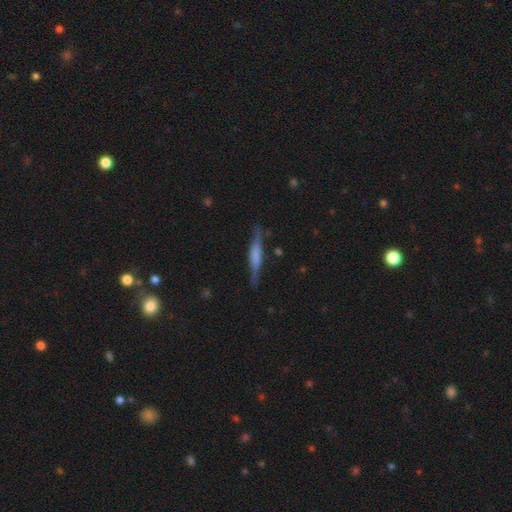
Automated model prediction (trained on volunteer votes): Smooth or featured: featured or disk — 55% (smooth — 38%)
Edge-on disk: yes — 94% (no — 6%)
Edge-on bulge: boxy — 51% (rounded — 30%)
Merging: none — 78% (minor disturbance — 16%)